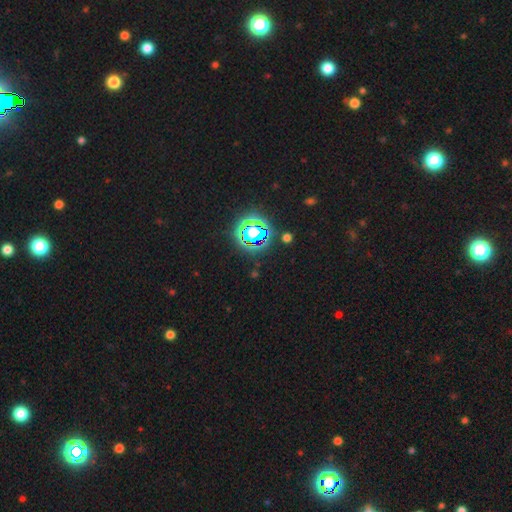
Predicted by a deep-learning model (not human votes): A star or artifact, not a galaxy (81%).